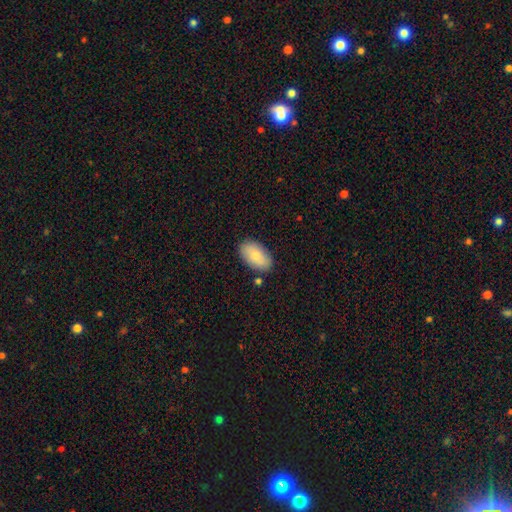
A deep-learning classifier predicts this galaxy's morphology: type=smooth (78%); roundness=in between (94%); merging=none (82%).